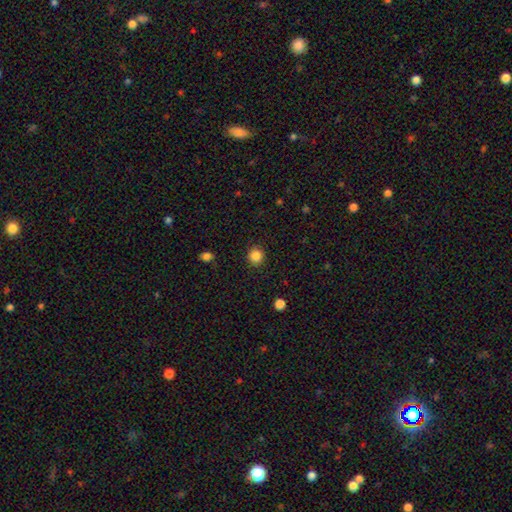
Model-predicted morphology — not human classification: A smooth galaxy with no disk features (86%) that is round (92%).

Vote fractions:
- Smooth or featured? smooth: 86% / star or artifact: 11% / featured or disk: 3%
- How rounded? round: 92% / in between: 7% / cigar-shaped: 1%
- Merging? none: 90% / minor disturbance: 6% / major disturbance: 2% / merger: 1%